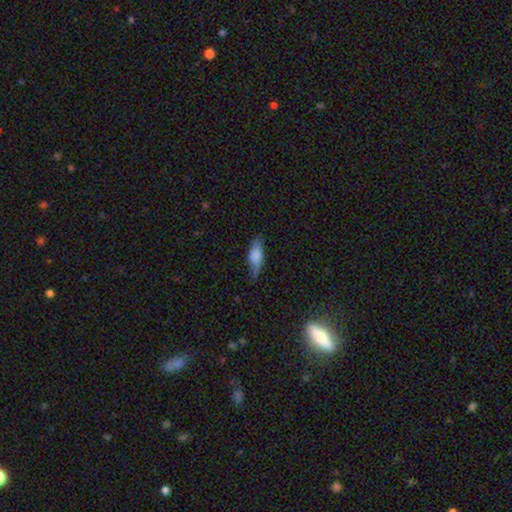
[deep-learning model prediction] smooth 77%, featured or disk 16%, star or artifact 7%. Down the decision tree: how rounded — in between (71%); merging — none (63%).